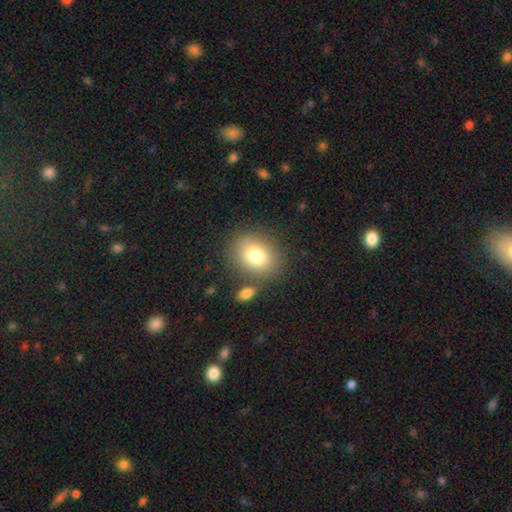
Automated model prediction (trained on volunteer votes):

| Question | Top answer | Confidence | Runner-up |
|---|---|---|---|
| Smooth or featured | smooth | 80% | featured or disk (11%) |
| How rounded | round | 57% | in between (42%) |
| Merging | none | 73% | minor disturbance (12%) |